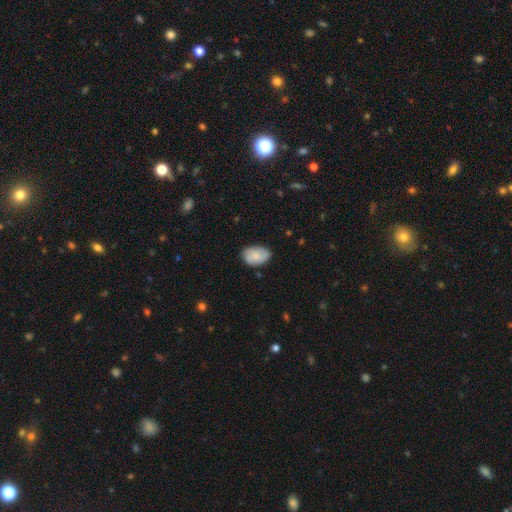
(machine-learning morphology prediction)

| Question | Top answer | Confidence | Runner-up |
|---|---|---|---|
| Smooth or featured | smooth | 75% | featured or disk (18%) |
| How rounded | in between | 86% | round (13%) |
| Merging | none | 75% | minor disturbance (20%) |